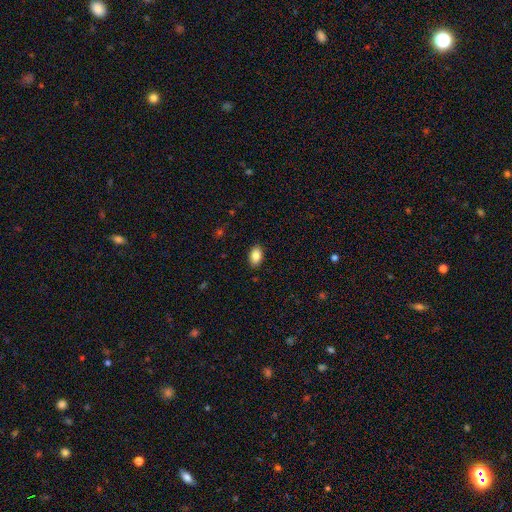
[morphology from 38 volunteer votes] type=smooth (87%); roundness=in between (94%); merging=none (100%).